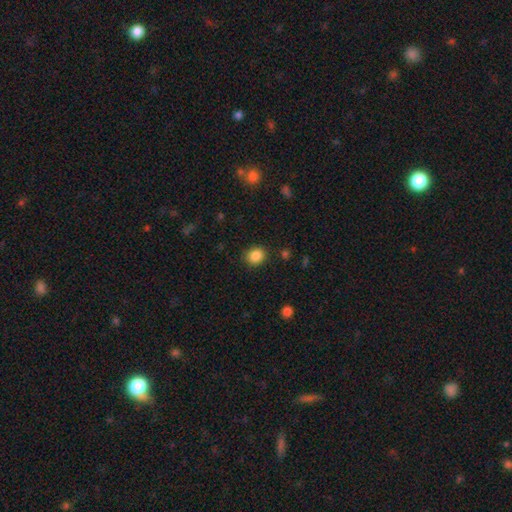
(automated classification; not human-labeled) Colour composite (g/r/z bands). It shows a smooth galaxy with no disk features (86%) that is round (72%). Merging: none (87%).